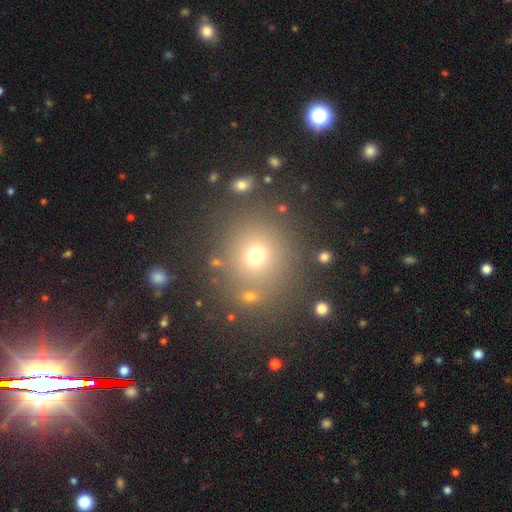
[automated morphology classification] Smooth or featured? Predicted: smooth (p=0.68). How rounded? Predicted: round (p=0.87). Merging? Predicted: none (p=0.80).